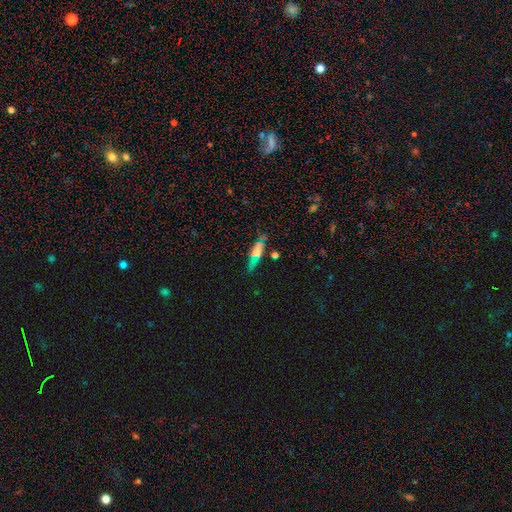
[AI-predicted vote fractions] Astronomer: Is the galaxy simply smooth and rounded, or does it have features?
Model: smooth — 45% (runner-up: featured or disk, 43%).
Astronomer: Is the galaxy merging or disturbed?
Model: none — 79%.